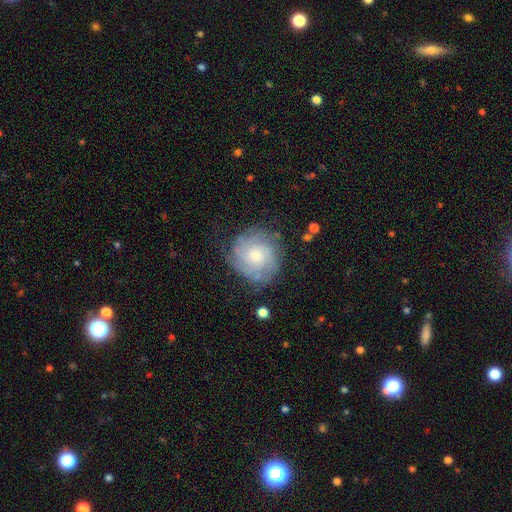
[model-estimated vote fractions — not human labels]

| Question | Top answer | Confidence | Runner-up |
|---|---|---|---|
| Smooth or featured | featured or disk | 68% | smooth (24%) |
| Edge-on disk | no | 97% | yes (3%) |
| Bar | no | 78% | weak (19%) |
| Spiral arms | yes | 90% | no (10%) |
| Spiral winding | tight | 68% | medium (25%) |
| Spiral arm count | can't tell | 45% | 2 (19%) |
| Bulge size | small | 49% | moderate (44%) |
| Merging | none | 70% | minor disturbance (19%) |